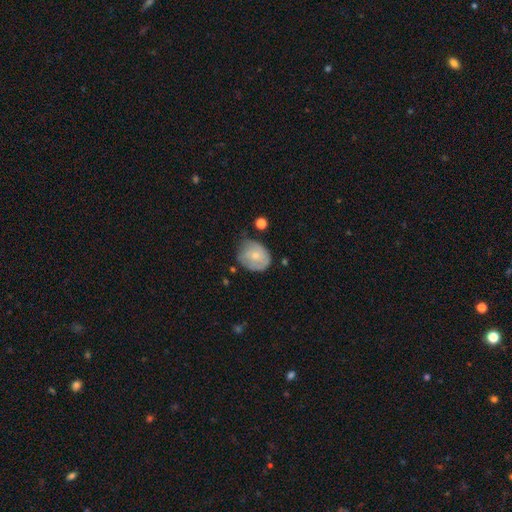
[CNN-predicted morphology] smooth-or-featured: smooth: 64% | featured or disk: 29% | star or artifact: 7%
  how-rounded: round: 57% | in between: 42% | cigar-shaped: 1%
  merging: none: 45% | minor disturbance: 39% | major disturbance: 12% | merger: 3%